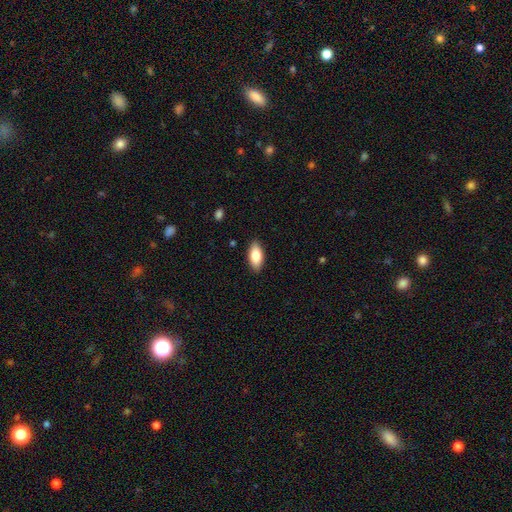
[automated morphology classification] type=smooth (82%); roundness=in between (89%); merging=none (88%).